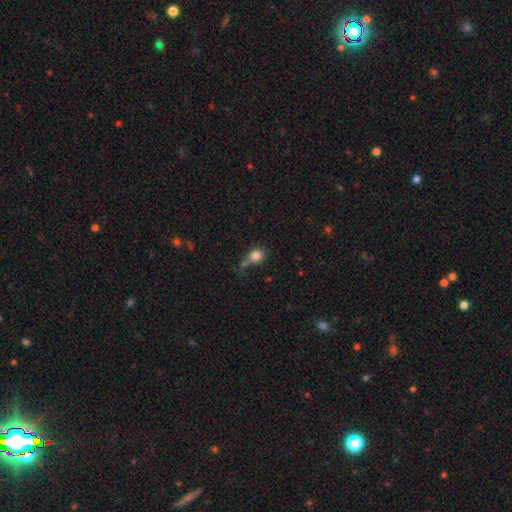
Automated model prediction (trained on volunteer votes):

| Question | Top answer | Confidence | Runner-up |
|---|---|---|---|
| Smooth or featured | smooth | 83% | star or artifact (11%) |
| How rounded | round | 72% | in between (26%) |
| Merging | none | 50% | minor disturbance (22%) |